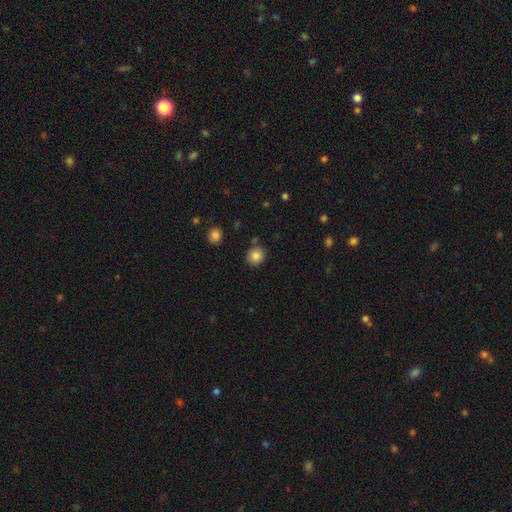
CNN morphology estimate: Overall: smooth (83%). How rounded: round (88%). Merging: none (86%).